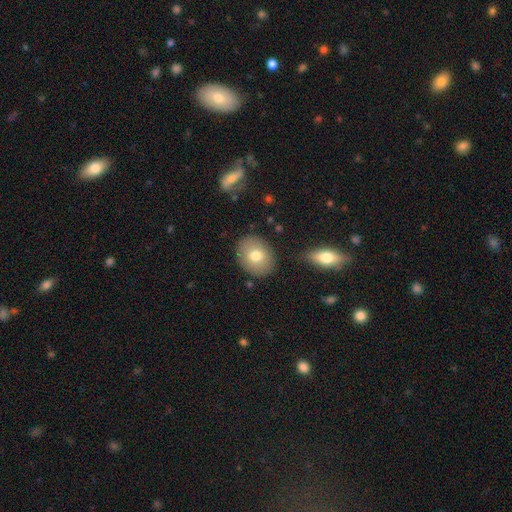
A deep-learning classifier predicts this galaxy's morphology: Smooth or featured?
  - smooth: 75% *
  - featured or disk: 17%
  - star or artifact: 8%
How rounded?
  - round: 53% *
  - in between: 46%
  - cigar-shaped: 1%
Merging?
  - none: 84% *
  - minor disturbance: 10%
  - major disturbance: 3%
  - merger: 3%